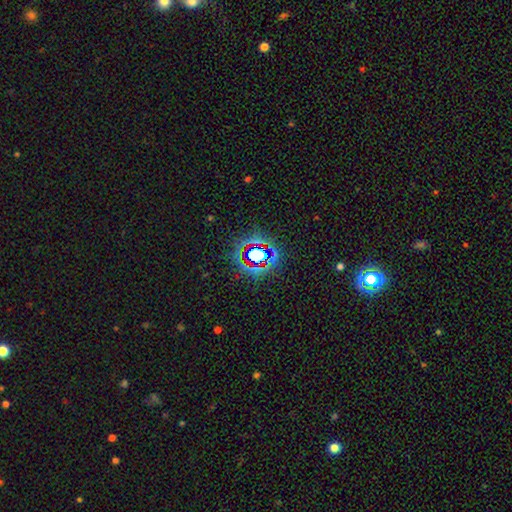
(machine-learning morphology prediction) A star or artifact, not a galaxy (68%).

Vote fractions:
- Smooth or featured? star or artifact: 68% / smooth: 20% / featured or disk: 12%